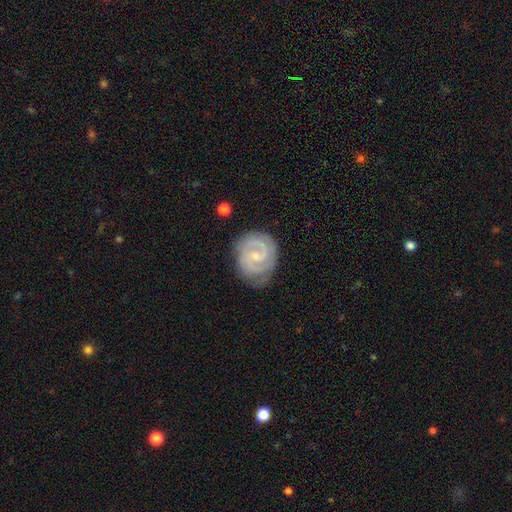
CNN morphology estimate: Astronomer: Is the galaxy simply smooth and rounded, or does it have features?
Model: featured or disk — 88%.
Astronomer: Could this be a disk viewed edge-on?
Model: no — 98%.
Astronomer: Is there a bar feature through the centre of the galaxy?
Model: weak — 48% (runner-up: no, 42%).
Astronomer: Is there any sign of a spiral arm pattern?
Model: yes — 98%.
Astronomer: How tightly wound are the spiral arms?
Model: tight — 57% (runner-up: medium, 37%).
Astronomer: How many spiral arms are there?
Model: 2 — 84%.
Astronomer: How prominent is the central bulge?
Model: small — 70%.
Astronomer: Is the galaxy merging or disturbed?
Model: none — 77%.